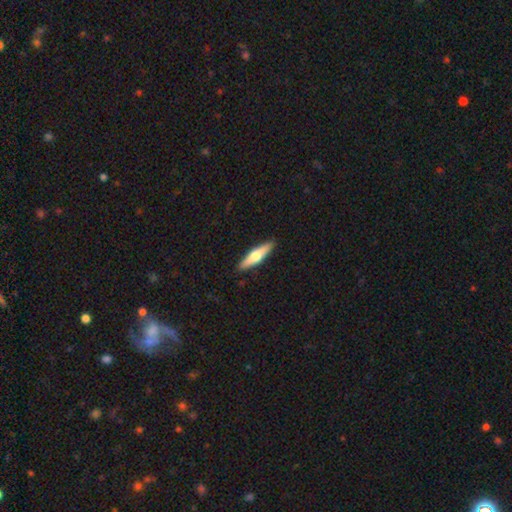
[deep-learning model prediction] Smooth or featured: featured or disk — 48% (smooth — 47%)
Merging: none — 91% (minor disturbance — 7%)